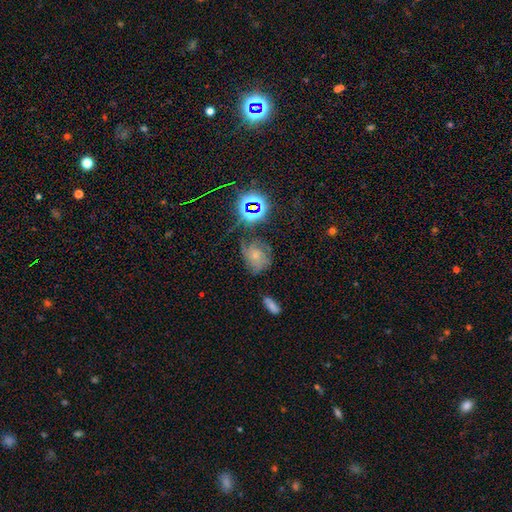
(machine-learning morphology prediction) This is marginally a featured or disk galaxy (42%). Merging: possibly none (50%).